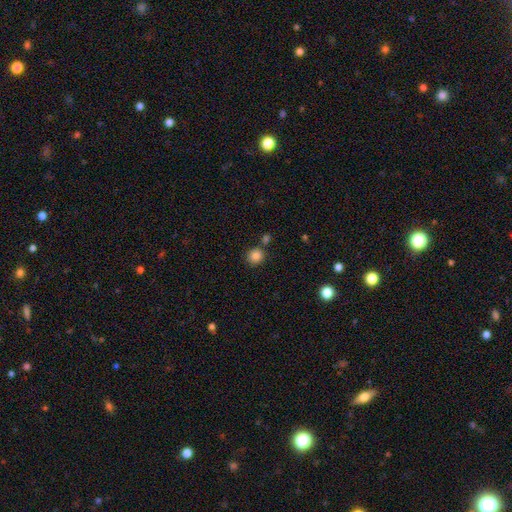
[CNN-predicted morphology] This is clearly a smooth galaxy (84%). How rounded: clearly round (87%). Merging: likely none (77%).